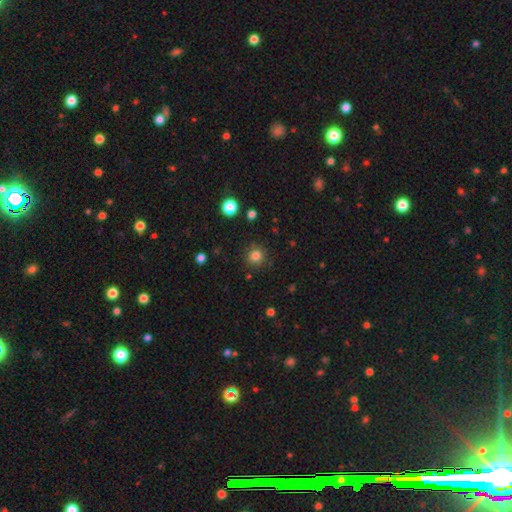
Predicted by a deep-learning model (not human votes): Overall: smooth (82%). How rounded: round (91%). Merging: none (87%).